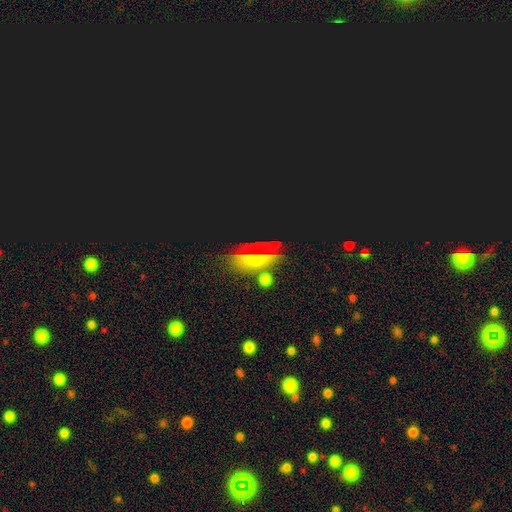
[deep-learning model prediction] A smooth galaxy with no disk features (43%). Merging: none (71%).